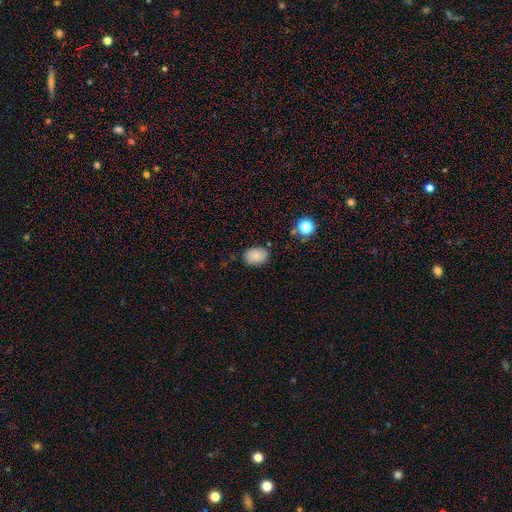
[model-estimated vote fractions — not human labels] A smooth galaxy with no disk features (85%) that is in between round and cigar-shaped (69%). Merging: none (80%).